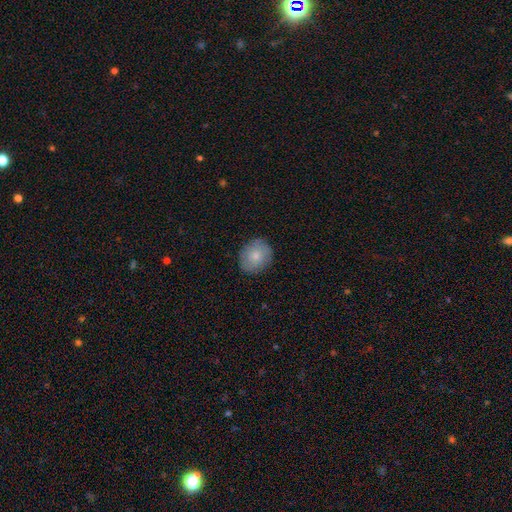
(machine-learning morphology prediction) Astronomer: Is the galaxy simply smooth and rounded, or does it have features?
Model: smooth — 78%.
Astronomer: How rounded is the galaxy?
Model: round — 64%.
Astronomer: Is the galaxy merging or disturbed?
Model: none — 84%.